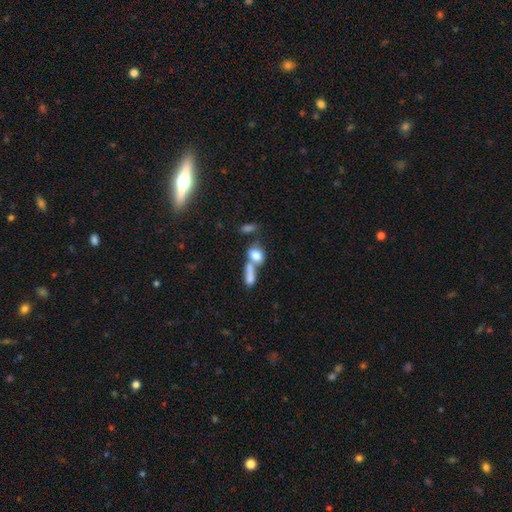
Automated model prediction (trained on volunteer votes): Smooth or featured? smooth (75%)
How rounded? in between (69%)
Merging? merger (58%)